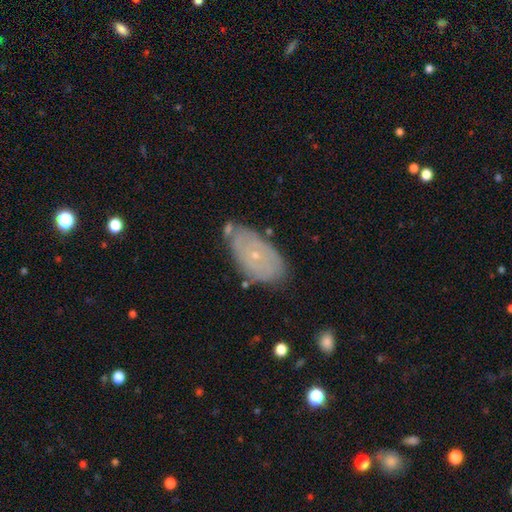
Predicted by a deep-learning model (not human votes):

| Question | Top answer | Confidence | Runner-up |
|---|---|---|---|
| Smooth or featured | featured or disk | 58% | smooth (34%) |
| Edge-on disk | no | 92% | yes (8%) |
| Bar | no | 86% | weak (11%) |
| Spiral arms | yes | 59% | no (41%) |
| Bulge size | small | 83% | moderate (14%) |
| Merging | none | 67% | minor disturbance (22%) |